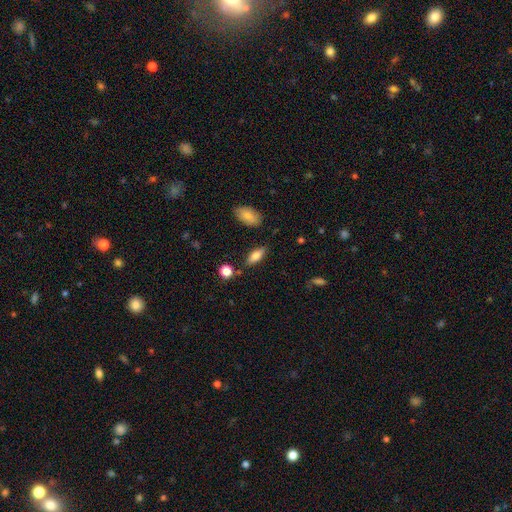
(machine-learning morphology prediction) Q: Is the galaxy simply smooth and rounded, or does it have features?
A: smooth — 69%.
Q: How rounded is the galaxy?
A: in between — 75%.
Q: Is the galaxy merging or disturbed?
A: none — 80%.